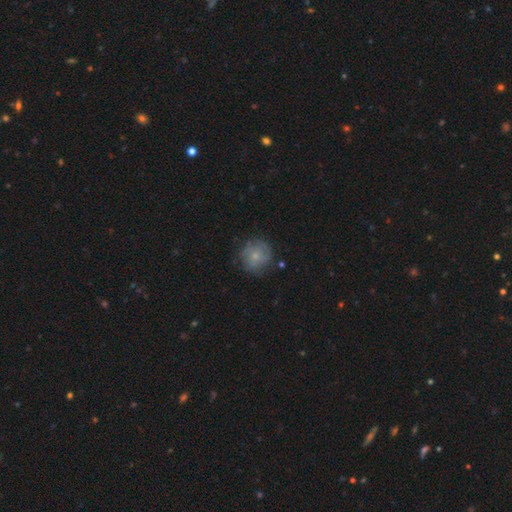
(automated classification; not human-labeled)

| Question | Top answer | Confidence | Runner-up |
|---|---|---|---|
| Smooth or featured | smooth | 53% | featured or disk (38%) |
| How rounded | round | 88% | in between (11%) |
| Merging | none | 69% | minor disturbance (20%) |